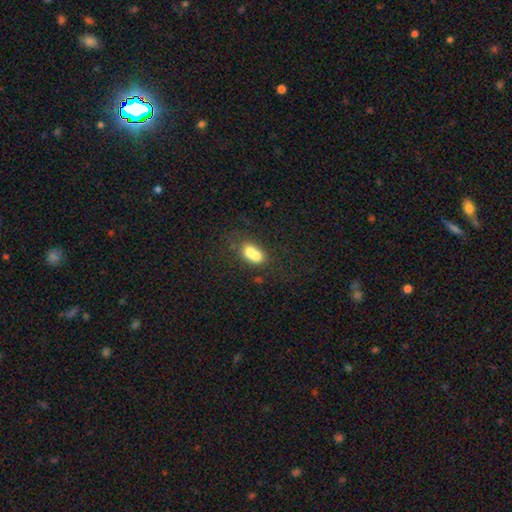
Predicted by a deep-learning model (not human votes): smooth-or-featured: smooth: 68% | featured or disk: 22% | star or artifact: 10%
  how-rounded: in between: 54% | round: 45% | cigar-shaped: 2%
  merging: merger: 65% | none: 24% | minor disturbance: 7% | major disturbance: 4%